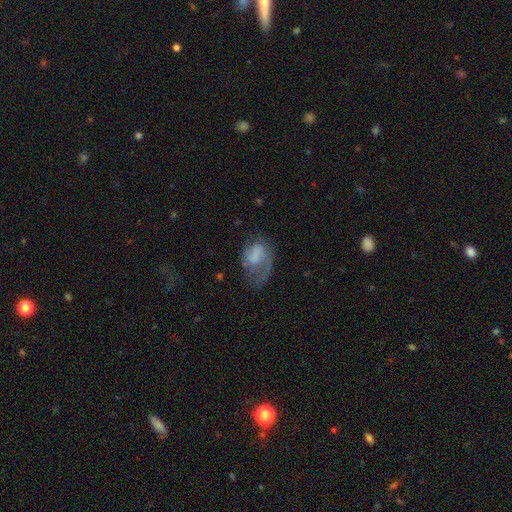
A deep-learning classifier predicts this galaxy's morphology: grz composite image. It shows a featured or disk galaxy (47%). Merging: major disturbance (43%).